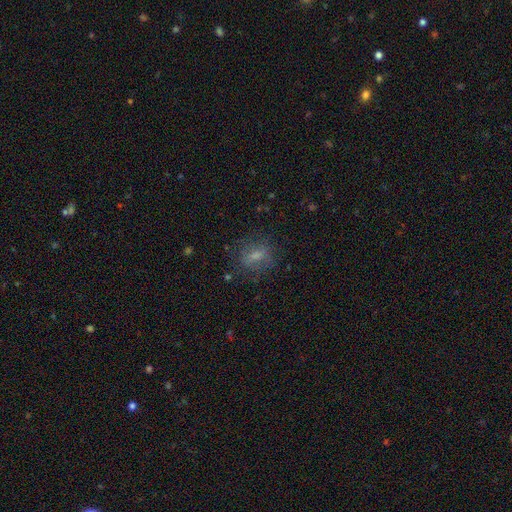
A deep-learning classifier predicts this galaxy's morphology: Smooth or featured?
  - smooth: 58% *
  - featured or disk: 28%
  - star or artifact: 14%
How rounded?
  - in between: 51% *
  - round: 42%
  - cigar-shaped: 6%
Merging?
  - none: 73% *
  - minor disturbance: 16%
  - major disturbance: 9%
  - merger: 2%